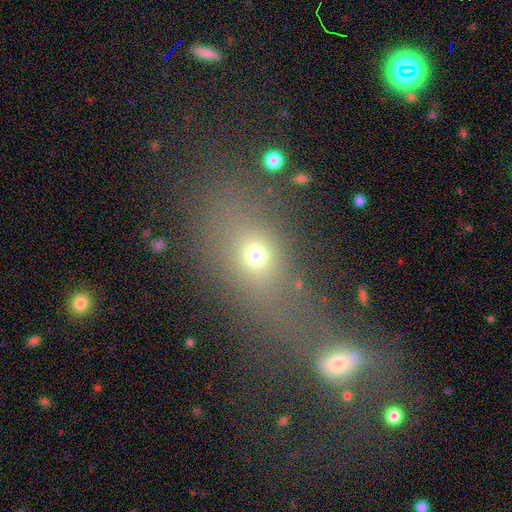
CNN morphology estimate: Smooth or featured?
  - smooth: 63% *
  - star or artifact: 20%
  - featured or disk: 17%
How rounded?
  - in between: 56% *
  - round: 35%
  - cigar-shaped: 9%
Merging?
  - none: 45% *
  - merger: 31%
  - major disturbance: 12%
  - minor disturbance: 12%